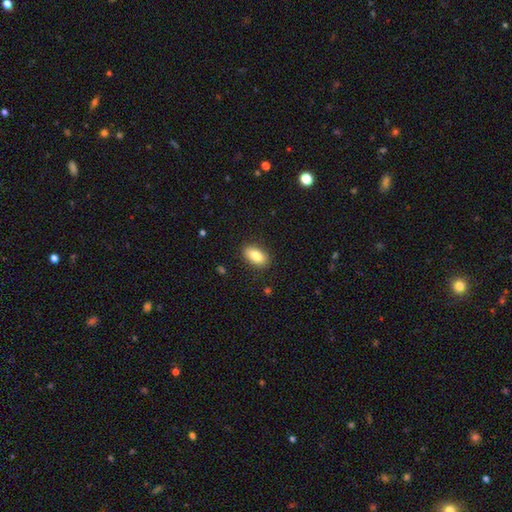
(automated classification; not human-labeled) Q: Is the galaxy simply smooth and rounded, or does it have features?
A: smooth — 82%.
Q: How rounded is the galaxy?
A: in between — 90%.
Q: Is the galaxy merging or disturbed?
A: none — 88%.